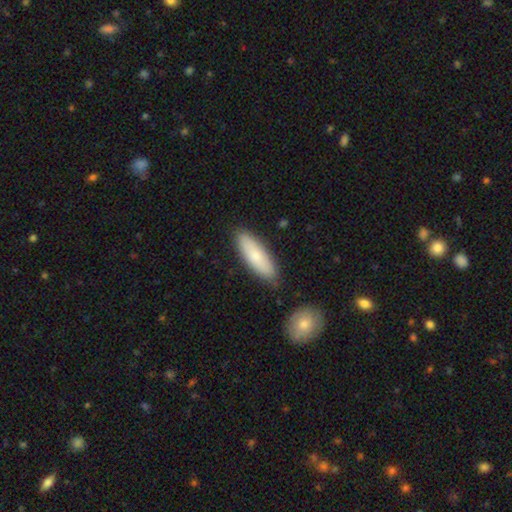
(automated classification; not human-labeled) This is likely a smooth galaxy (76%). How rounded: possibly in between (52%). Merging: clearly none (82%).